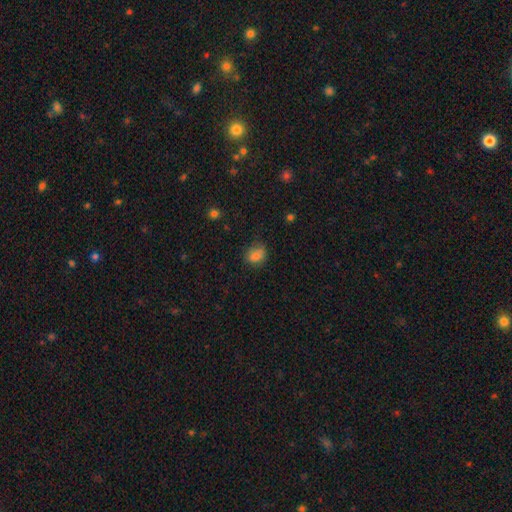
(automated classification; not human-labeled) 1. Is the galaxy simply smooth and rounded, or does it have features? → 79% smooth, 12% star or artifact, 9% featured or disk.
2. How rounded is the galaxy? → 57% round, 42% in between, 1% cigar-shaped.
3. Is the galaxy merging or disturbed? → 66% none, 24% minor disturbance, 6% major disturbance, 4% merger.